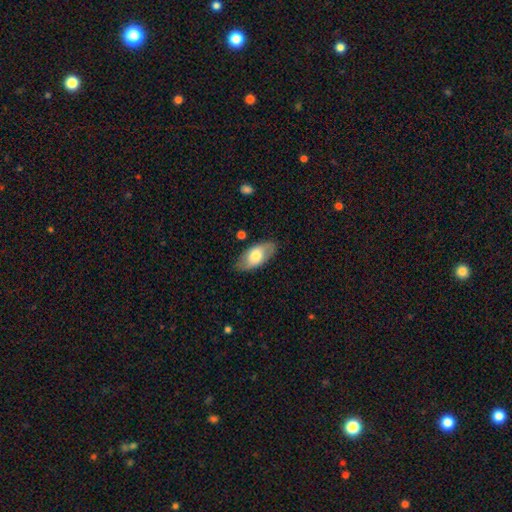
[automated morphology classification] type=smooth (65%); roundness=in between (92%); merging=none (82%).